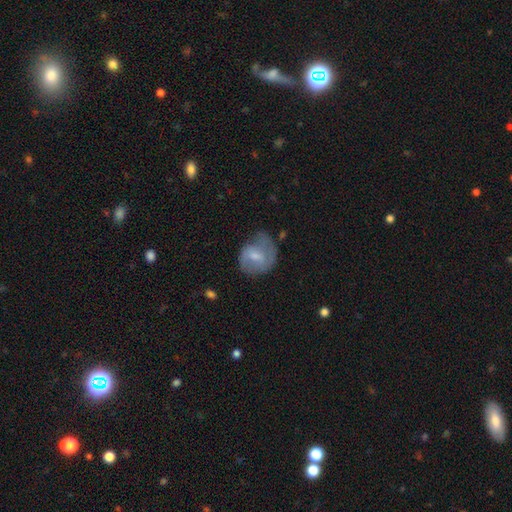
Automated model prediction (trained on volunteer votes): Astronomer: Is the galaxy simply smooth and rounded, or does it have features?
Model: smooth — 52% (runner-up: featured or disk, 41%).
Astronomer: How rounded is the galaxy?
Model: round — 61% (runner-up: in between, 38%).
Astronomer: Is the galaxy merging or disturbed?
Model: none — 43% (runner-up: minor disturbance, 33%).